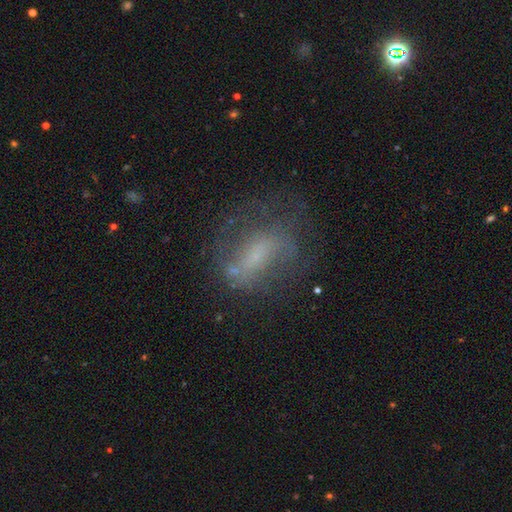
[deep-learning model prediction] A featured or disk galaxy (54%) with no bar (46%), spiral arms (53%) and a small central bulge (41%). Merging: none (54%).